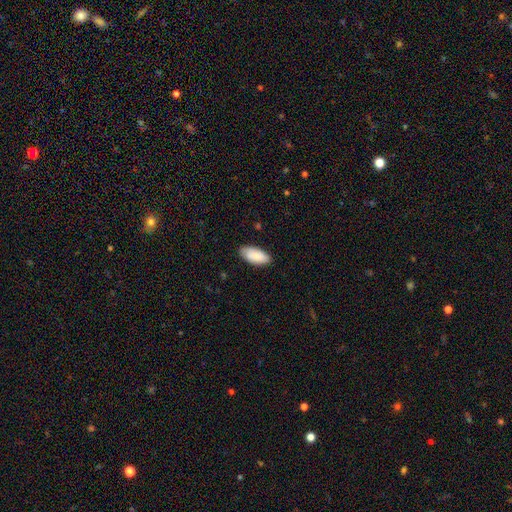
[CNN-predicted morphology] This appears to be a smooth galaxy with no disk features (86%) that is in between round and cigar-shaped (90%). Merging: none (81%).